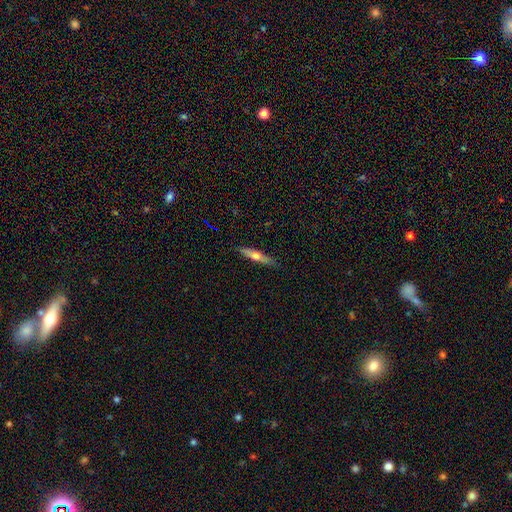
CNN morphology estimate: This appears to be a smooth galaxy with no disk features (48%). Merging: none (88%).